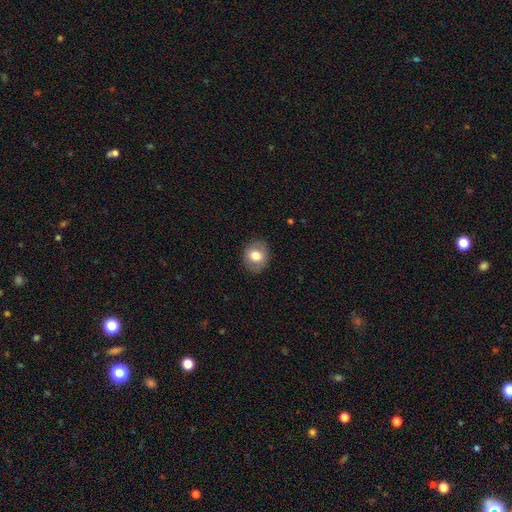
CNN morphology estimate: Q: Smooth or featured?
A: smooth (72%); runner-up: featured or disk (20%)
Q: How rounded?
A: round (69%); runner-up: in between (30%)
Q: Merging?
A: none (86%); runner-up: minor disturbance (10%)